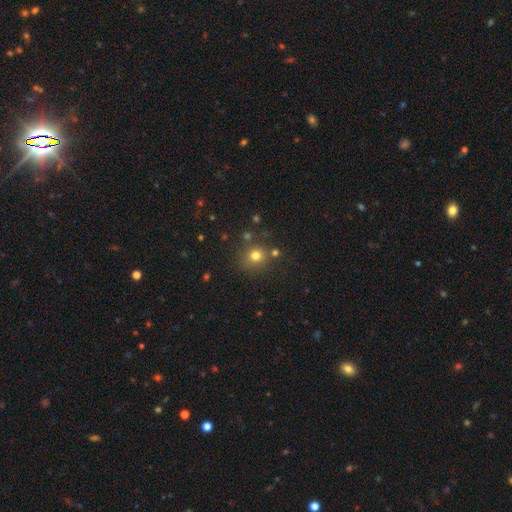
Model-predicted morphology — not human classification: smooth_or_featured: smooth (p=0.76) [alt: star or artifact p=0.17]
how_rounded: round (p=0.88) [alt: in between p=0.11]
merging: none (p=0.77) [alt: minor disturbance p=0.10]